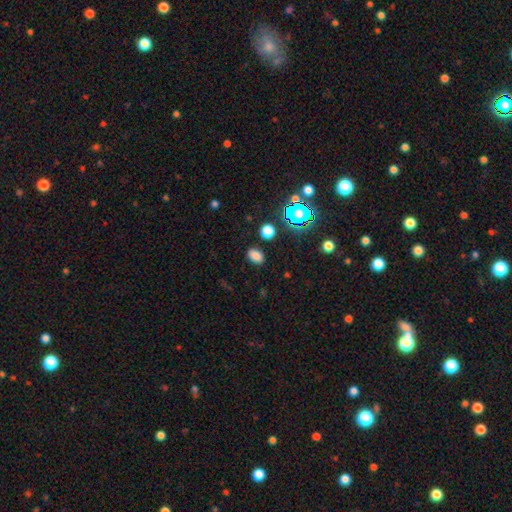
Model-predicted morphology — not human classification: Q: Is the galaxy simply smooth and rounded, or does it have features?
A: smooth — 77%.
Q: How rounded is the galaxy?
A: in between — 81%.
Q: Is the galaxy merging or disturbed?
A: none — 85%.